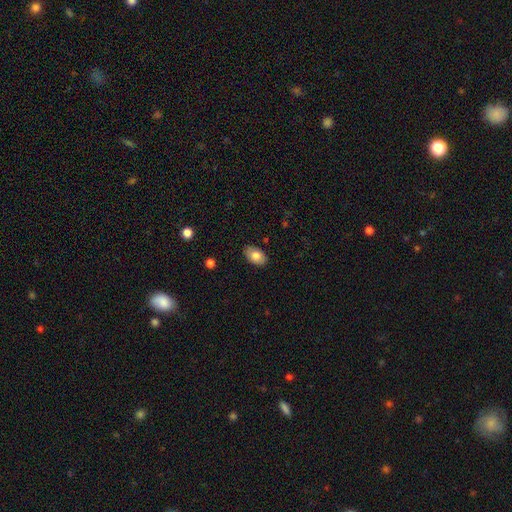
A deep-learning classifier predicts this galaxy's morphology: Smooth or featured? smooth (80%)
How rounded? in between (91%)
Merging? none (85%)